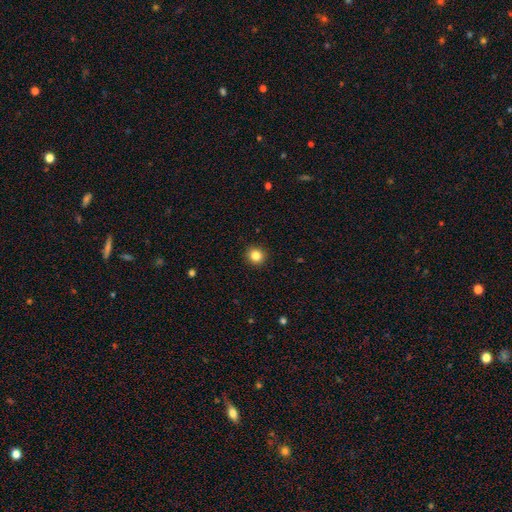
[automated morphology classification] type=smooth (84%); roundness=round (91%); merging=none (93%).